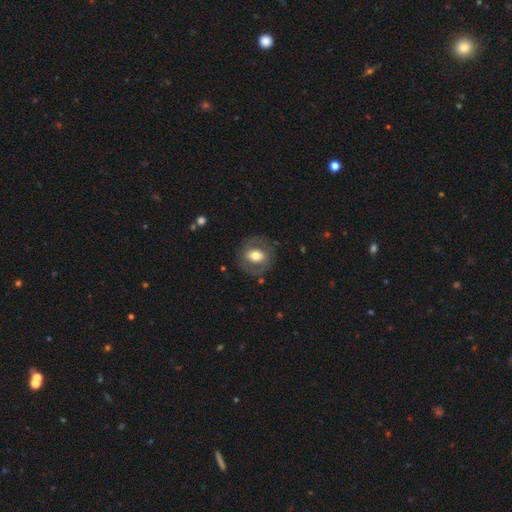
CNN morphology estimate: This appears to be a smooth galaxy with no disk features (50%). Merging: none (77%).